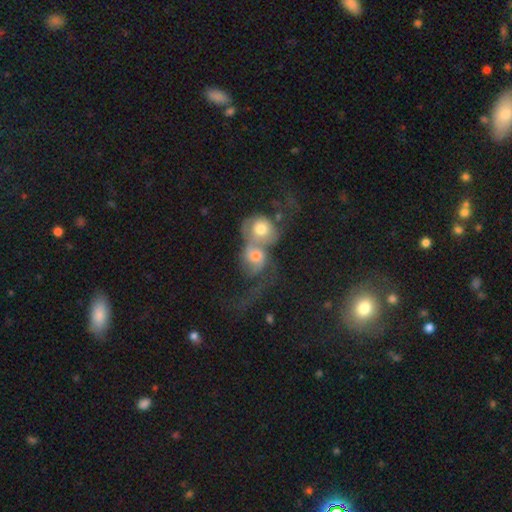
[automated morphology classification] Smooth or featured: featured or disk — 59% (smooth — 32%)
Edge-on disk: no — 96% (yes — 4%)
Bar: no — 71% (weak — 24%)
Spiral arms: yes — 80% (no — 20%)
Bulge size: moderate — 62% (small — 20%)
Merging: merger — 80% (none — 9%)